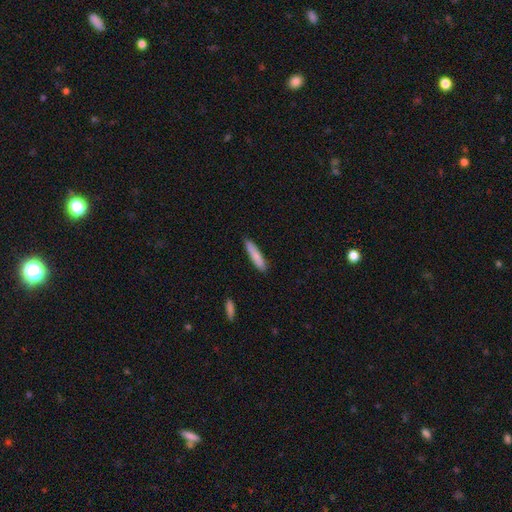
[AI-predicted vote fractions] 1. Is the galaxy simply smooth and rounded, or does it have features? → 81% smooth, 13% featured or disk, 6% star or artifact.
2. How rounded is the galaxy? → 86% cigar-shaped, 13% in between, 1% round.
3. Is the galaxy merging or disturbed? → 88% none, 9% minor disturbance, 2% major disturbance, 1% merger.